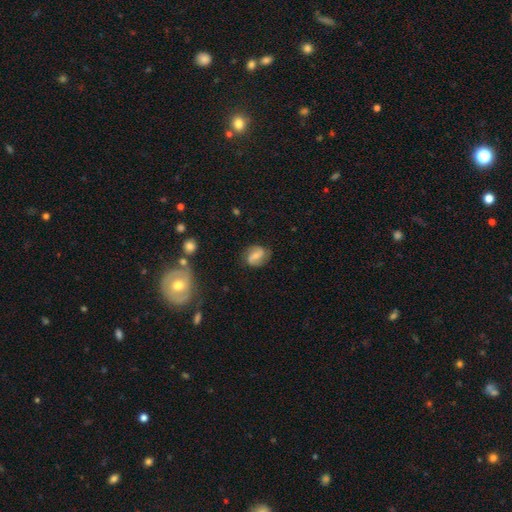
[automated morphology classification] Smooth or featured? featured or disk (59%)
Edge-on disk? no (97%)
Bar? weak (45%)
Spiral arms? yes (90%)
Spiral winding? loose (41%)
Spiral arm count? 2 (88%)
Bulge size? small (42%)
Merging? none (76%)